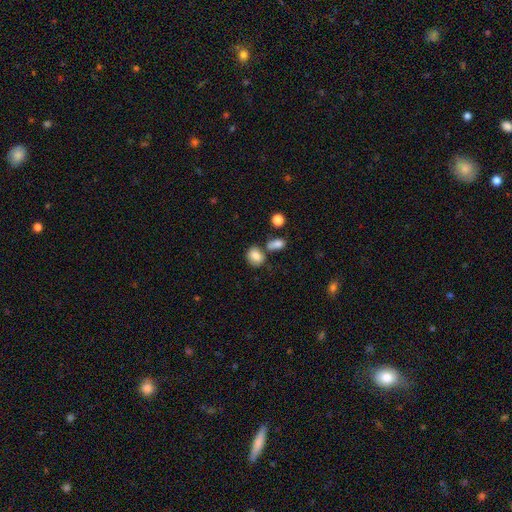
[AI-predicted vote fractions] Smooth or featured?
  - smooth: 83% *
  - star or artifact: 9%
  - featured or disk: 8%
How rounded?
  - round: 53% *
  - in between: 46%
  - cigar-shaped: 1%
Merging?
  - none: 59% *
  - merger: 20%
  - minor disturbance: 16%
  - major disturbance: 5%